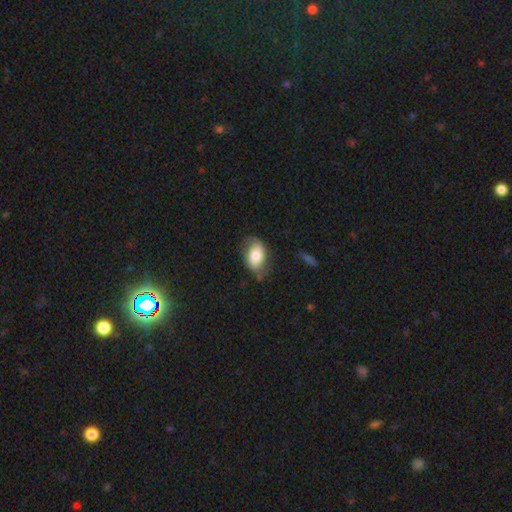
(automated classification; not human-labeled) Smooth or featured: smooth — 70% (featured or disk — 23%)
How rounded: in between — 89% (round — 10%)
Merging: none — 58% (minor disturbance — 29%)